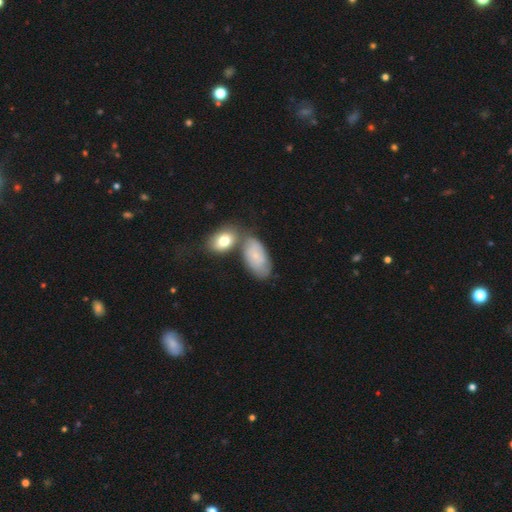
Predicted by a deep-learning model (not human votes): Smooth or featured?
  - smooth: 63% *
  - featured or disk: 29%
  - star or artifact: 7%
How rounded?
  - in between: 93% *
  - round: 5%
  - cigar-shaped: 3%
Merging?
  - none: 47% *
  - merger: 26%
  - minor disturbance: 20%
  - major disturbance: 6%